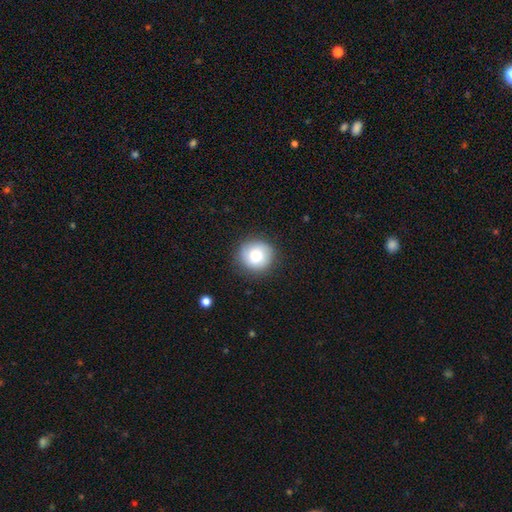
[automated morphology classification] Smooth or featured? Predicted: smooth (p=0.77). How rounded? Predicted: round (p=0.92). Merging? Predicted: none (p=0.86).